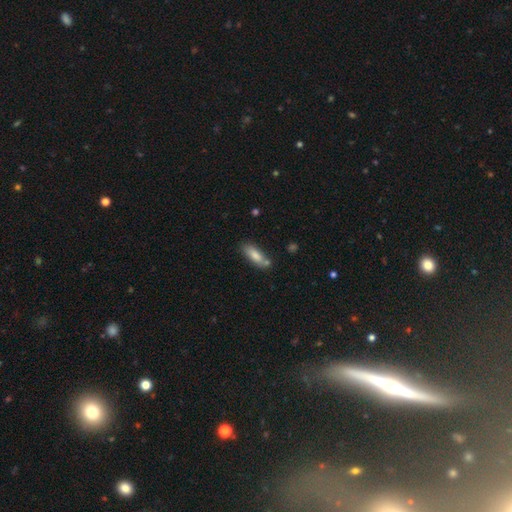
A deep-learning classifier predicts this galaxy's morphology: Q: Smooth or featured?
A: smooth (80%); runner-up: featured or disk (13%)
Q: How rounded?
A: in between (60%); runner-up: cigar-shaped (38%)
Q: Merging?
A: none (64%); runner-up: minor disturbance (19%)